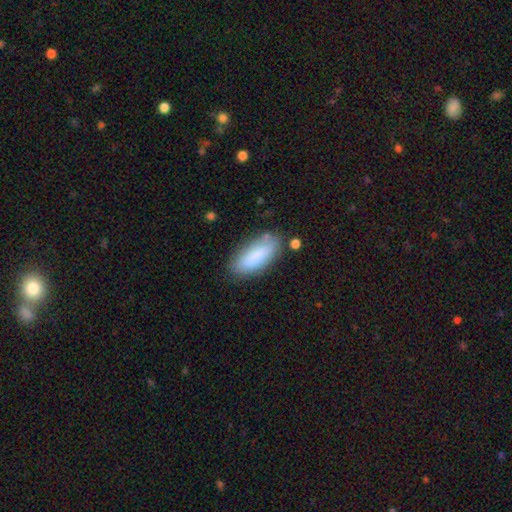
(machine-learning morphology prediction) The model was most divided on "how rounded": in between: 76%, cigar-shaped: 23%, round: 2%. More confident: smooth or featured — smooth (82%); merging — none (76%).